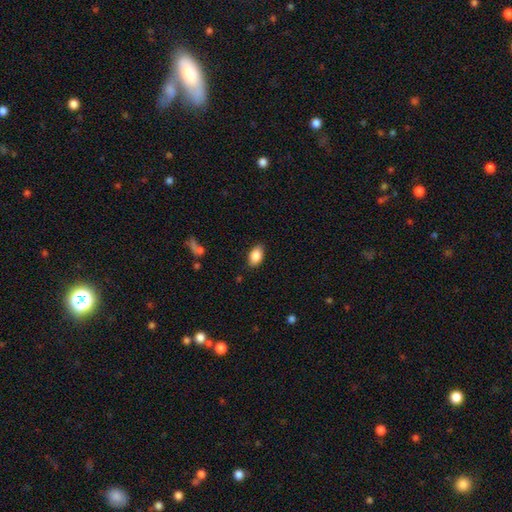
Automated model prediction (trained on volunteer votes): This appears to be a smooth galaxy with no disk features (87%) that is in between round and cigar-shaped (91%). Merging: none (85%).